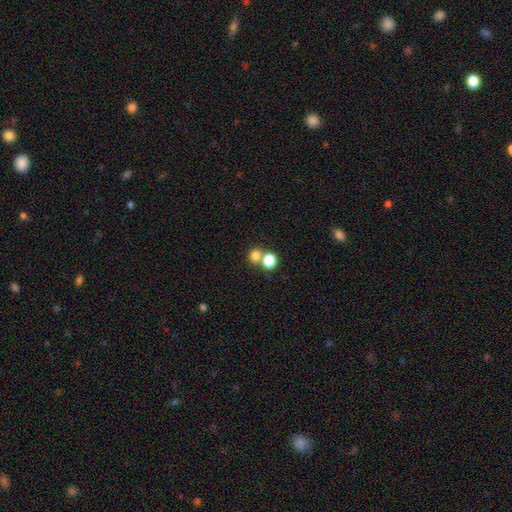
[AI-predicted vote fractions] A smooth galaxy with no disk features (79%) that is round (77%).

Vote fractions:
- Smooth or featured? smooth: 79% / star or artifact: 14% / featured or disk: 8%
- How rounded? round: 77% / in between: 22% / cigar-shaped: 1%
- Merging? none: 49% / merger: 42% / minor disturbance: 6% / major disturbance: 3%